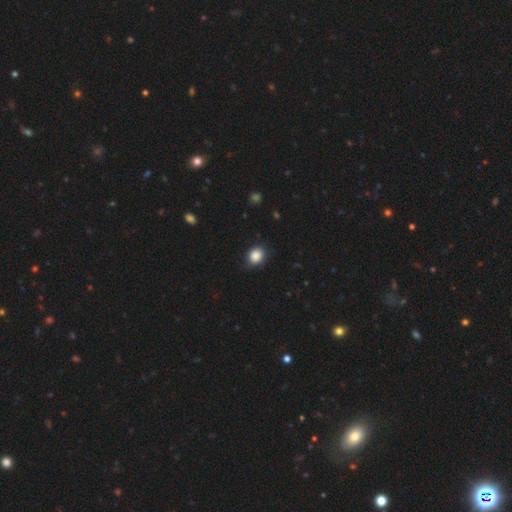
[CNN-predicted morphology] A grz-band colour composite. It shows a smooth galaxy with no disk features (86%) that is round (57%). Merging: none (78%).